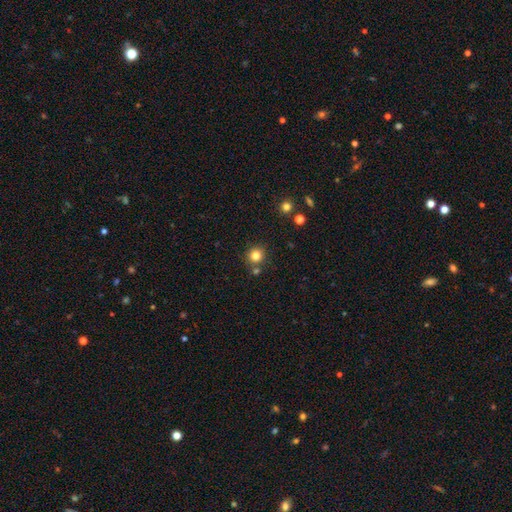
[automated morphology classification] Smooth or featured? smooth (82%)
How rounded? round (92%)
Merging? none (80%)